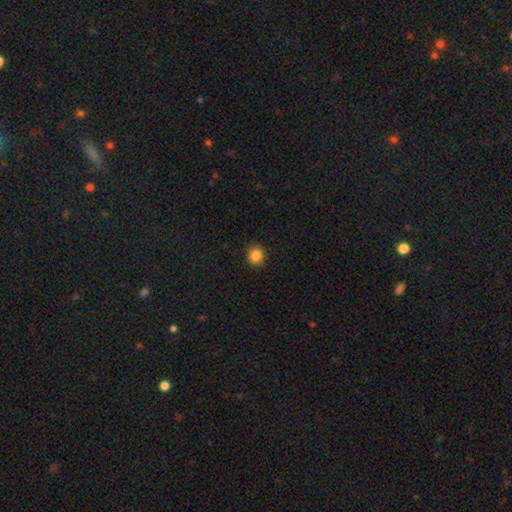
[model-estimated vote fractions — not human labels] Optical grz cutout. It shows a smooth galaxy with no disk features (85%) that is round (79%). Merging: none (89%).